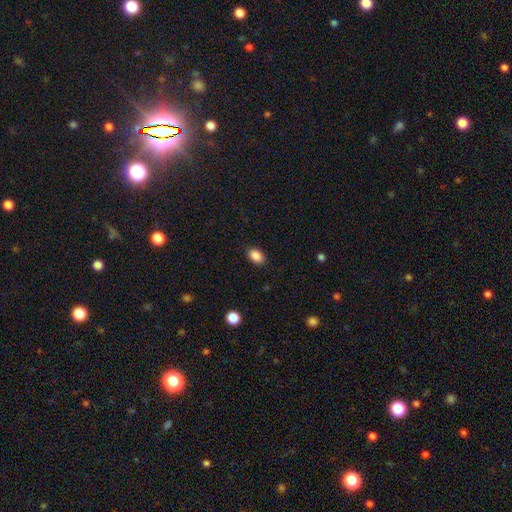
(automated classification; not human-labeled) Q: Smooth or featured?
A: smooth (88%); runner-up: star or artifact (9%)
Q: How rounded?
A: in between (80%); runner-up: round (19%)
Q: Merging?
A: none (87%); runner-up: minor disturbance (10%)